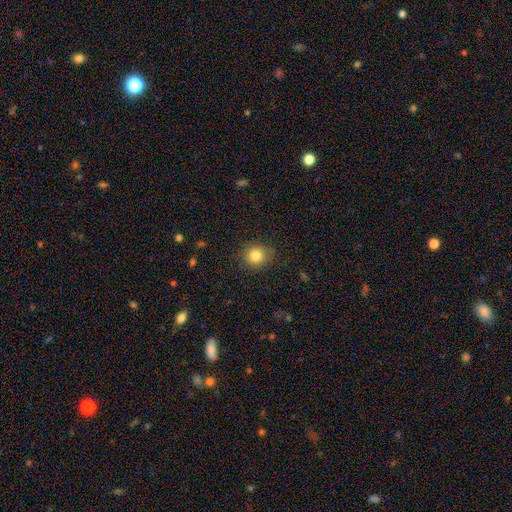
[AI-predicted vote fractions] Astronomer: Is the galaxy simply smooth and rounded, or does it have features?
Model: smooth — 82%.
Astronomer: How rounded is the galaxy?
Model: round — 82%.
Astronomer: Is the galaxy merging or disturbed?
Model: none — 85%.